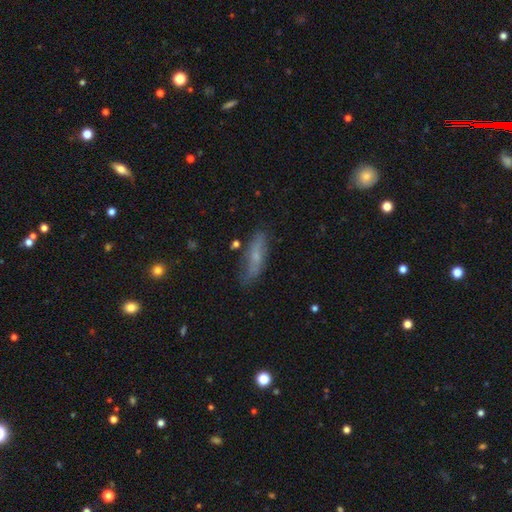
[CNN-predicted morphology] type=smooth (51%); roundness=cigar-shaped (59%); merging=none (72%).